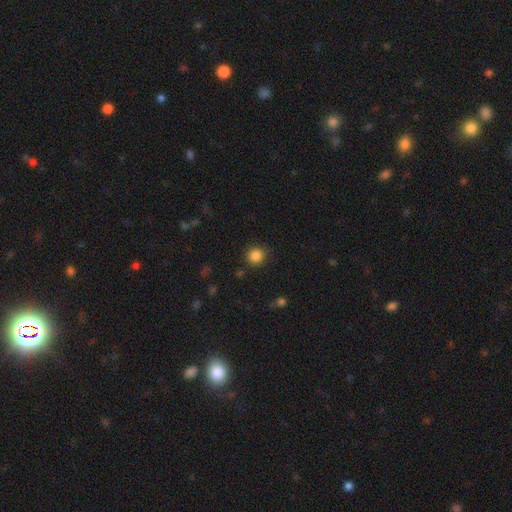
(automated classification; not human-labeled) This is clearly a smooth galaxy (85%). How rounded: clearly round (91%). Merging: clearly none (86%).